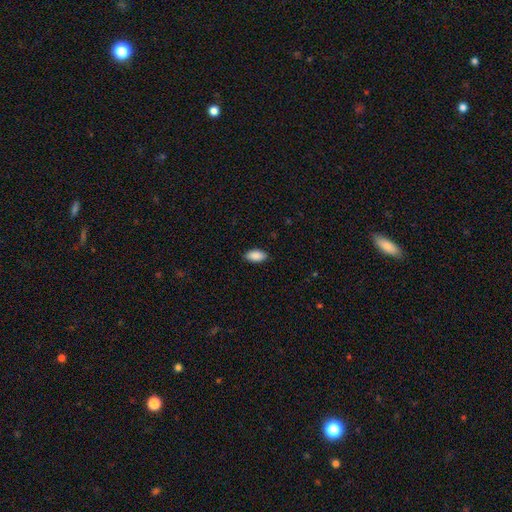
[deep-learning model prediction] Q: Smooth or featured?
A: smooth (90%); runner-up: star or artifact (7%)
Q: How rounded?
A: in between (94%); runner-up: cigar-shaped (3%)
Q: Merging?
A: none (87%); runner-up: minor disturbance (10%)